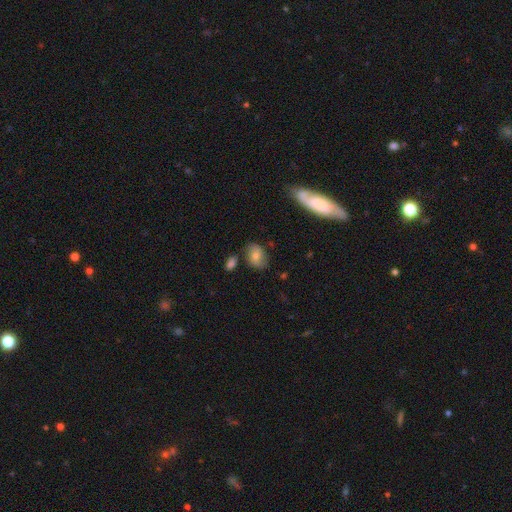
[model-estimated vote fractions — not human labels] Smooth or featured? smooth (69%)
How rounded? in between (72%)
Merging? none (70%)